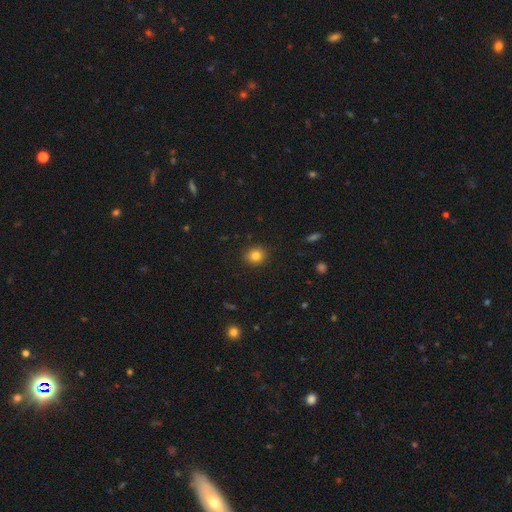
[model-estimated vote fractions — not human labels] smooth-or-featured: smooth: 82% | star or artifact: 11% | featured or disk: 6%
  how-rounded: round: 81% | in between: 18% | cigar-shaped: 1%
  merging: none: 90% | minor disturbance: 7% | major disturbance: 2% | merger: 1%